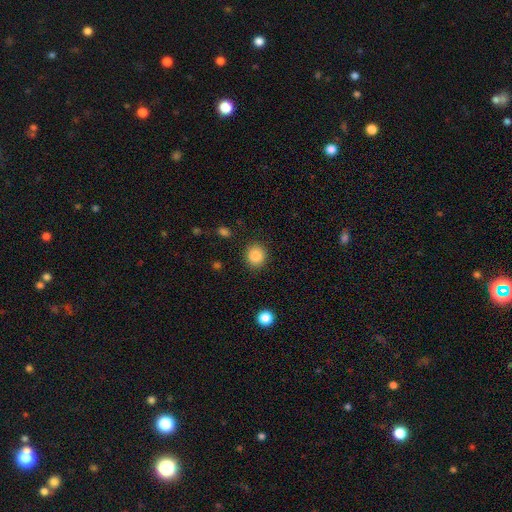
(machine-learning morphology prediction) Overall: smooth (86%). How rounded: round (82%). Merging: none (89%).